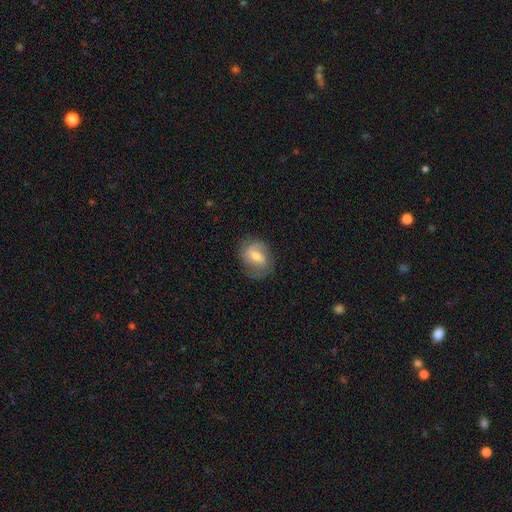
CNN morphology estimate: A featured or disk galaxy (48%).

Vote fractions:
- Smooth or featured? featured or disk: 48% / smooth: 45% / star or artifact: 8%
- Merging? none: 71% / minor disturbance: 20% / major disturbance: 8% / merger: 1%